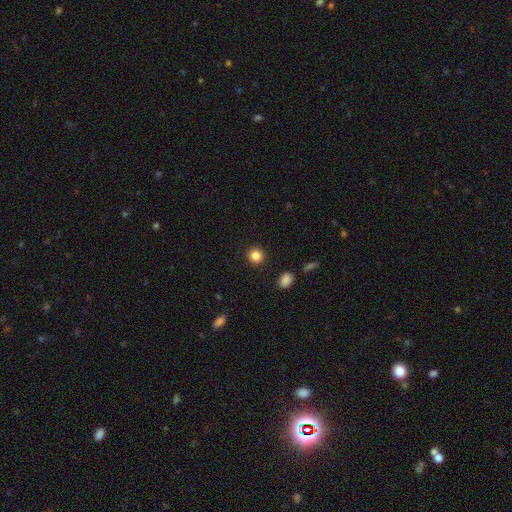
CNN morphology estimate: The model was most divided on "smooth or featured": smooth: 85%, star or artifact: 11%, featured or disk: 4%. More confident: merging — none (91%); how rounded — round (91%).